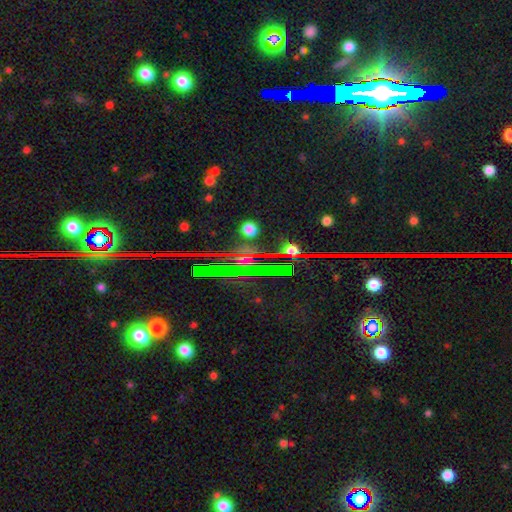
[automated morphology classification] smooth-or-featured: star or artifact: 63% | featured or disk: 24% | smooth: 13%